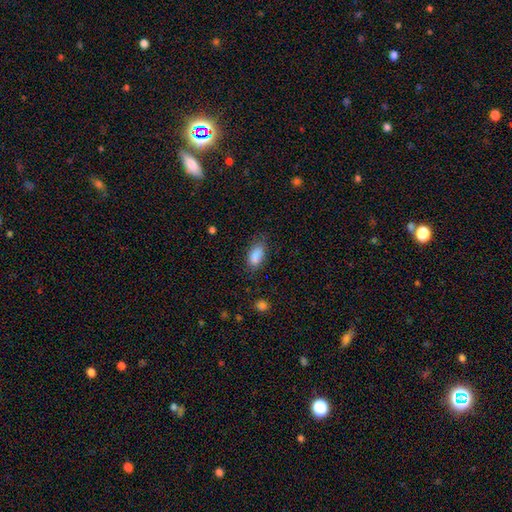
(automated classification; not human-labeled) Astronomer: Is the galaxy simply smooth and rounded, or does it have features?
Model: smooth — 85%.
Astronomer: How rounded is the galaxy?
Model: in between — 90%.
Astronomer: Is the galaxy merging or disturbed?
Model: none — 65%.